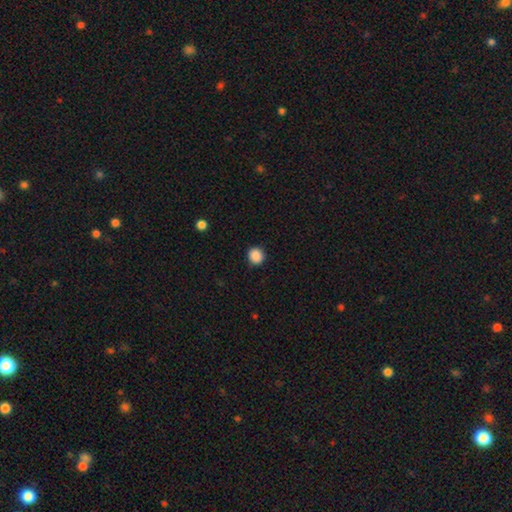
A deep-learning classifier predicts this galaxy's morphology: A smooth galaxy with no disk features (88%) that is round (90%).

Vote fractions:
- Smooth or featured? smooth: 88% / star or artifact: 9% / featured or disk: 2%
- How rounded? round: 90% / in between: 9% / cigar-shaped: 1%
- Merging? none: 91% / minor disturbance: 6% / major disturbance: 2% / merger: 1%